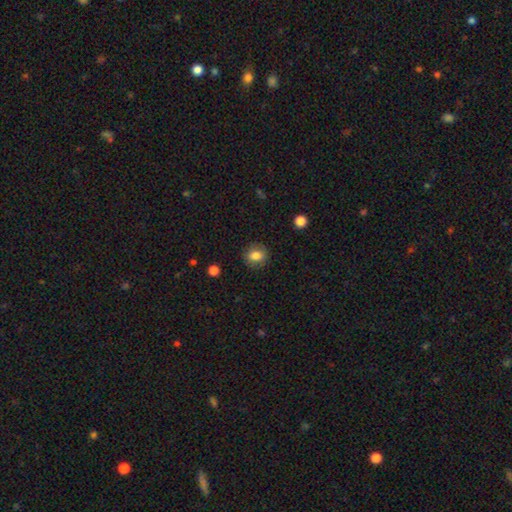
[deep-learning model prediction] Smooth or featured?
  - smooth: 81% *
  - featured or disk: 10%
  - star or artifact: 9%
How rounded?
  - round: 66% *
  - in between: 33%
  - cigar-shaped: 1%
Merging?
  - none: 85% *
  - minor disturbance: 10%
  - major disturbance: 3%
  - merger: 1%